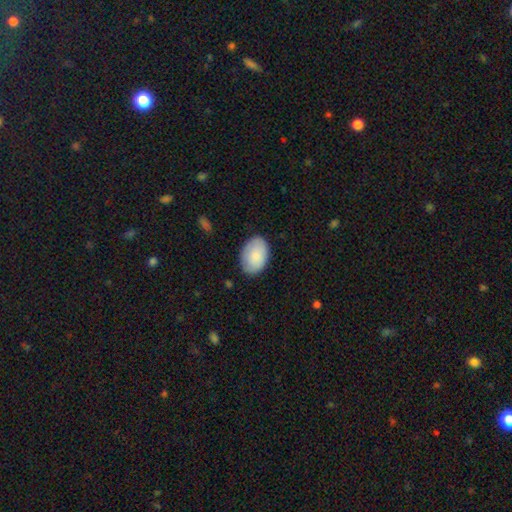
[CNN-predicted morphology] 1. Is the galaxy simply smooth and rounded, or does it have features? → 85% smooth, 9% featured or disk, 6% star or artifact.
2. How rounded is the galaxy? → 86% in between, 13% round, 1% cigar-shaped.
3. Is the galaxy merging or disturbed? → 83% none, 13% minor disturbance, 3% major disturbance, 1% merger.